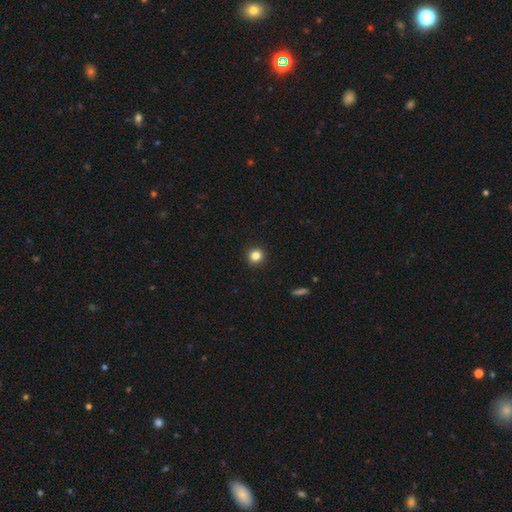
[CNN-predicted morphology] Smooth or featured: smooth — 82% (star or artifact — 12%)
How rounded: round — 93% (in between — 6%)
Merging: none — 93% (minor disturbance — 5%)